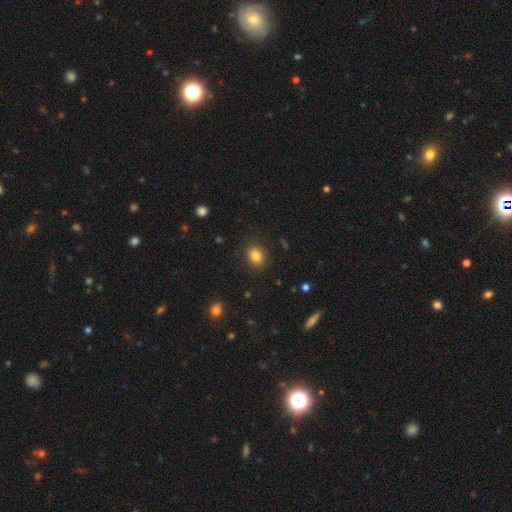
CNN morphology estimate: This is clearly a smooth galaxy (84%). How rounded: possibly in between (59%). Merging: clearly none (87%).